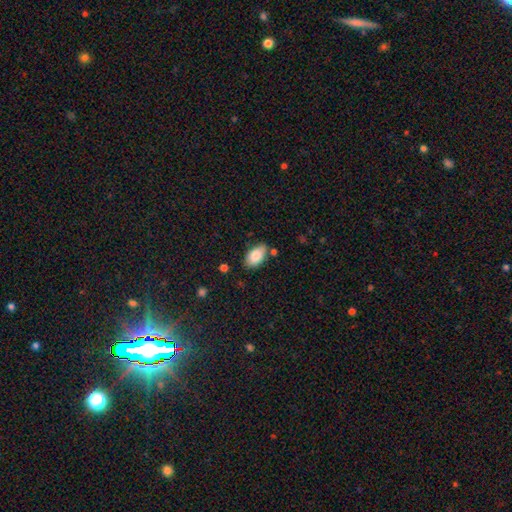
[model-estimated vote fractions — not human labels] Morphology: type=smooth (85%); roundness=in between (94%); merging=none (76%).